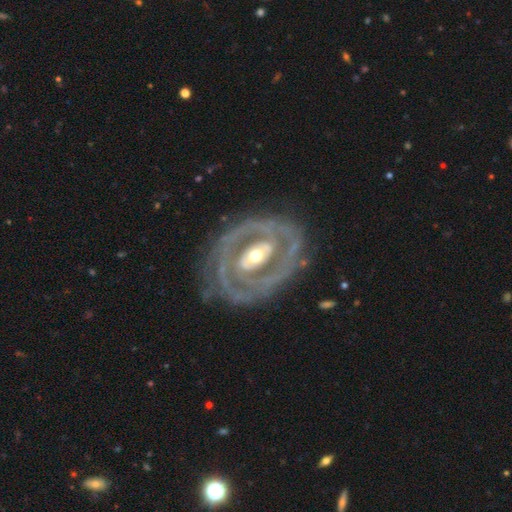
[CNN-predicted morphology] type=featured or disk (88%); edge-on=no (96%); bar=no (40%); spiral arms=yes (85%); winding=tight (65%); arm count=2 (52%); bulge=moderate (64%); merging=none (71%).